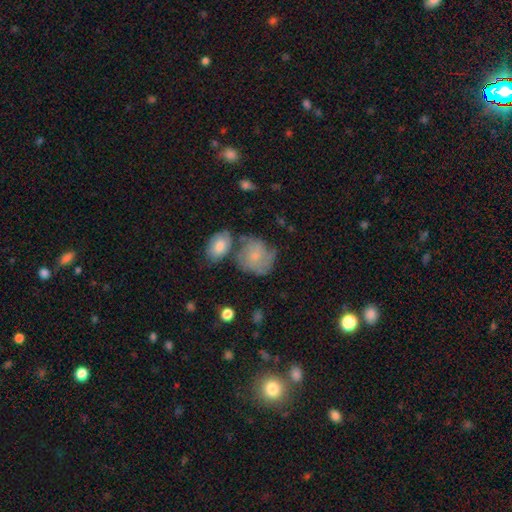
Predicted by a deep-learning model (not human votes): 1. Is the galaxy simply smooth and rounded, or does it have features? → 58% smooth, 34% featured or disk, 8% star or artifact.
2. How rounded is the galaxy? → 70% round, 28% in between, 1% cigar-shaped.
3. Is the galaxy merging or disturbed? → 44% none, 25% minor disturbance, 17% merger, 13% major disturbance.